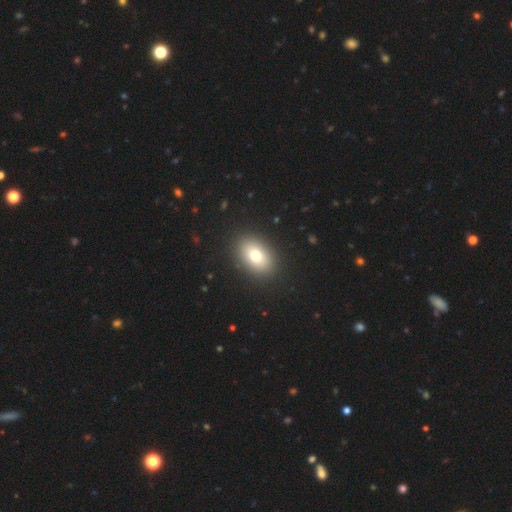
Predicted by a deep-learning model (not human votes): Morphology: type=smooth (77%); roundness=in between (80%); merging=none (90%).